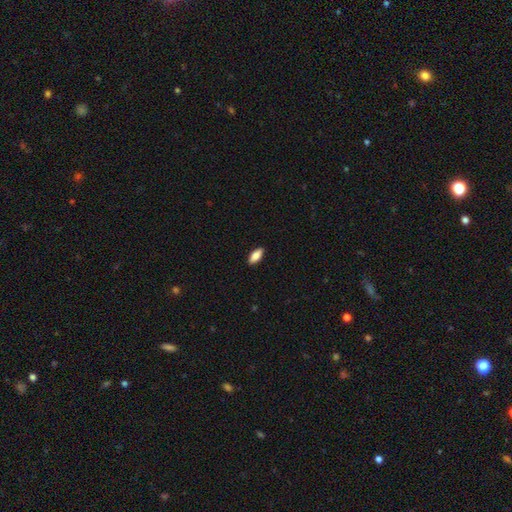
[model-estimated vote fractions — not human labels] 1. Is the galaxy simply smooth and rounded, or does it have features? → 84% smooth, 9% featured or disk, 6% star or artifact.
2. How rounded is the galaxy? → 83% in between, 15% cigar-shaped, 2% round.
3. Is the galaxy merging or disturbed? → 89% none, 8% minor disturbance, 2% major disturbance, 1% merger.